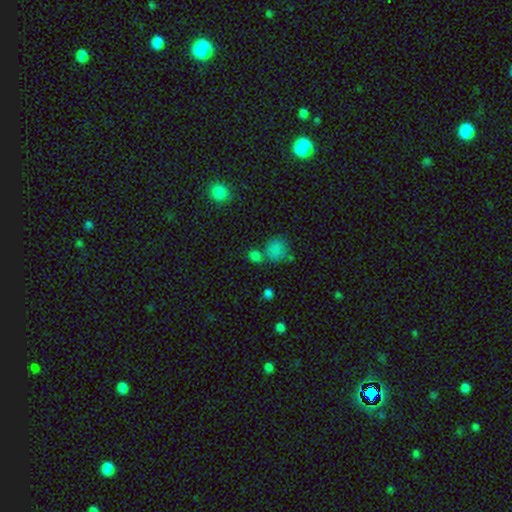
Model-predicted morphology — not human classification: type=smooth (75%); roundness=round (75%); merging=none (58%).